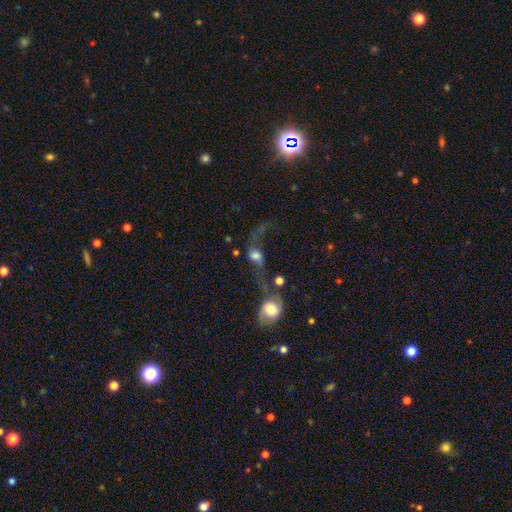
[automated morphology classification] smooth 46%, featured or disk 43%, star or artifact 11%. Down the decision tree: merging — merger (52%).